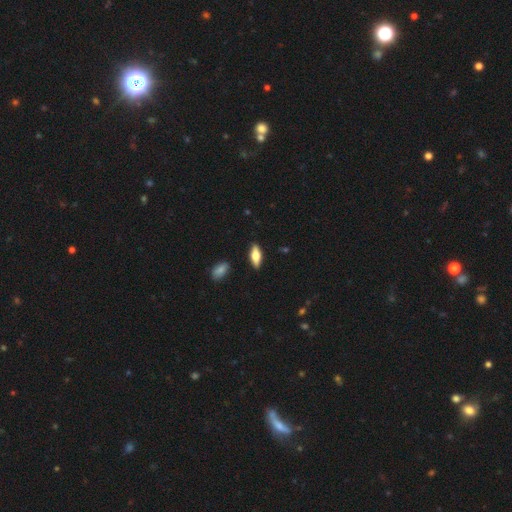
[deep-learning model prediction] A smooth galaxy with no disk features (60%) that is in between round and cigar-shaped (72%). Merging: none (87%).